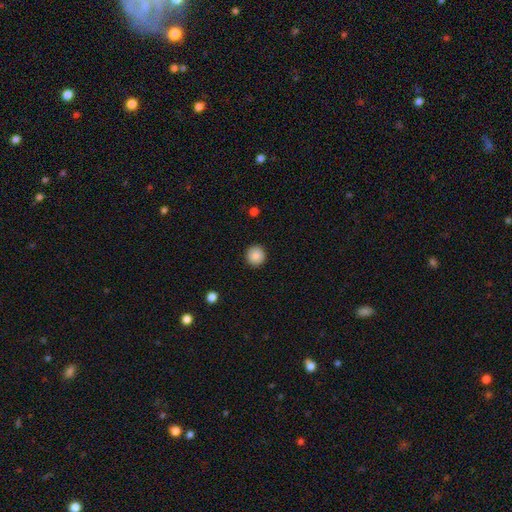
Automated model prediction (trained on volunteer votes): A smooth galaxy with no disk features (88%) that is round (94%). Merging: none (92%).